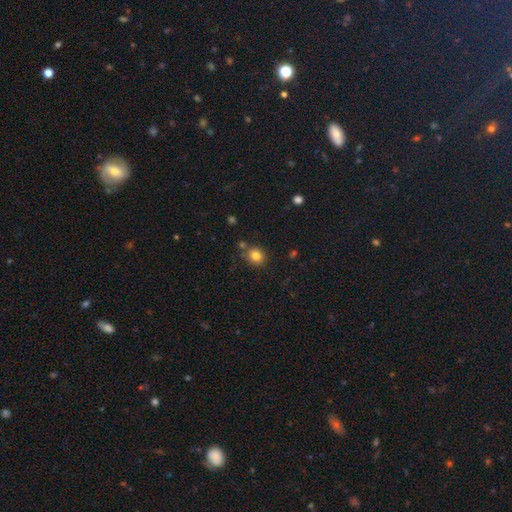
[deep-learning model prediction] smooth 82%, star or artifact 12%, featured or disk 6%. Down the decision tree: how rounded — round (76%); merging — none (75%).